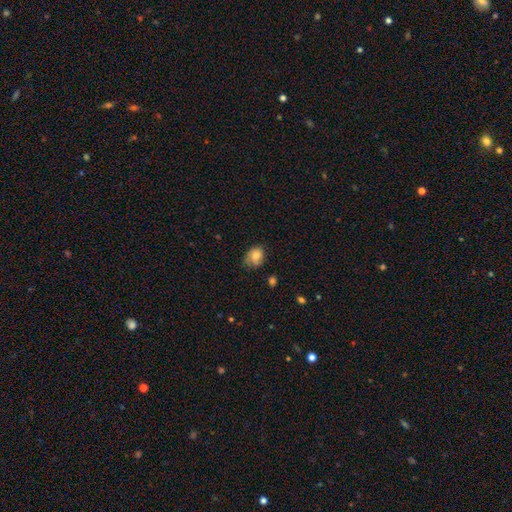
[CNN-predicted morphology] The model was most divided on "how rounded": in between: 51%, round: 48%, cigar-shaped: 1%. More confident: smooth or featured — smooth (76%); merging — none (59%).